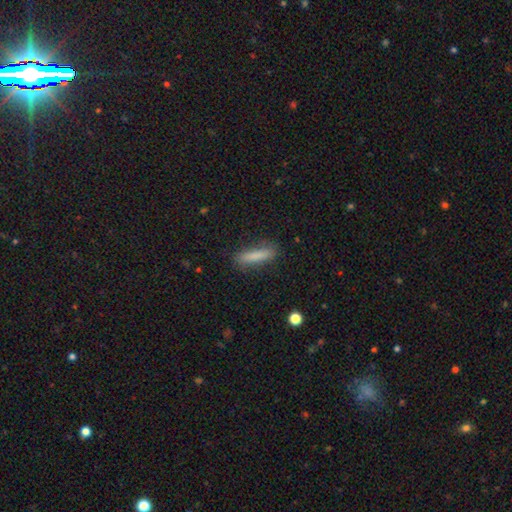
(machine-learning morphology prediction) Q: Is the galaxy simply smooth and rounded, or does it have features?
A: smooth — 81%.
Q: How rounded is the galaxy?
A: cigar-shaped — 81%.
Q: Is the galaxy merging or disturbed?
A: none — 83%.